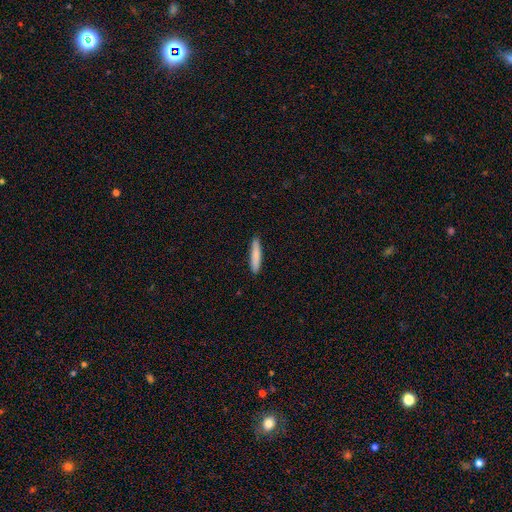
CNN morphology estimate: A smooth galaxy with no disk features (83%) that is cigar-shaped (90%).

Vote fractions:
- Smooth or featured? smooth: 83% / featured or disk: 11% / star or artifact: 5%
- How rounded? cigar-shaped: 90% / in between: 9% / round: 1%
- Merging? none: 90% / minor disturbance: 7% / major disturbance: 1% / merger: 1%